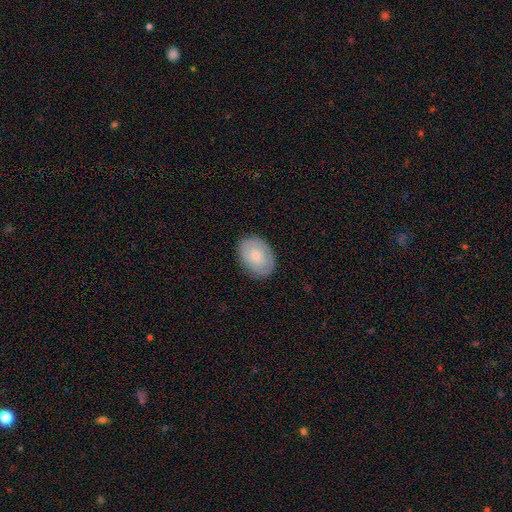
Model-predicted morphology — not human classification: Smooth or featured? smooth (59%)
How rounded? in between (76%)
Merging? none (83%)